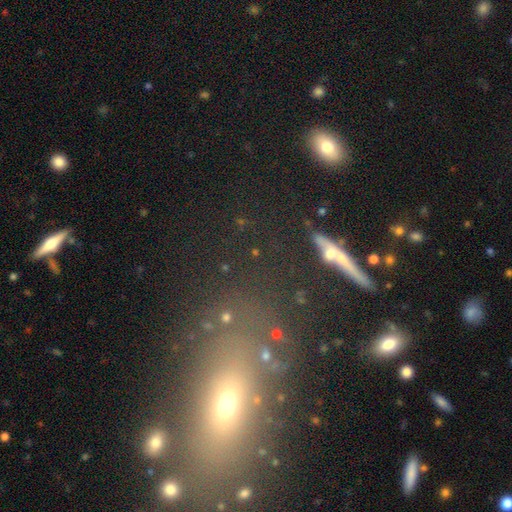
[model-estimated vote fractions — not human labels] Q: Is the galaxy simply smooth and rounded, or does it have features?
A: smooth — 43%.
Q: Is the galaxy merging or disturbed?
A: none — 75%.